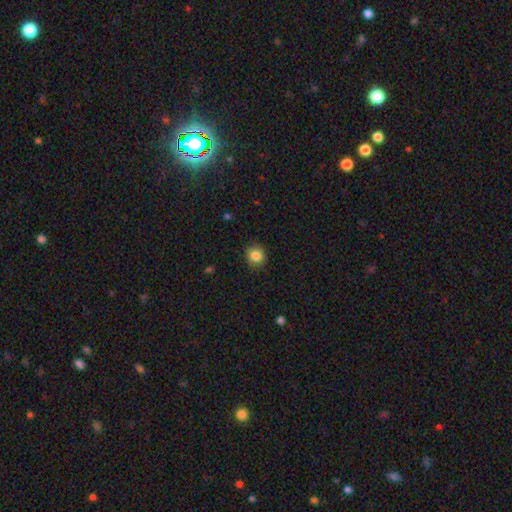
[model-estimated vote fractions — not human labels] This is clearly a smooth galaxy (84%). How rounded: clearly round (82%). Merging: clearly none (87%).